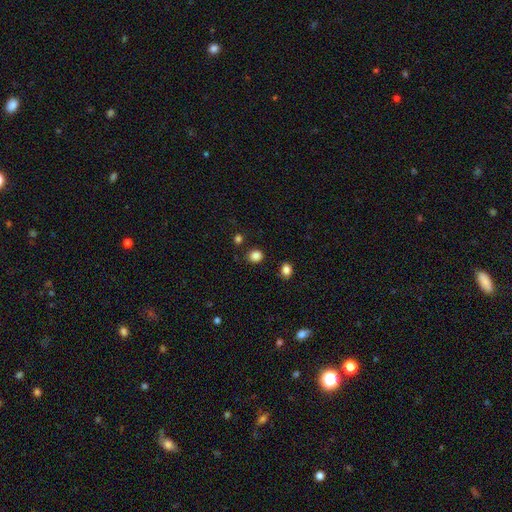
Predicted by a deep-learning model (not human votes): A smooth galaxy with no disk features (85%) that is round (74%).

Vote fractions:
- Smooth or featured? smooth: 85% / star or artifact: 12% / featured or disk: 3%
- How rounded? round: 74% / in between: 25% / cigar-shaped: 1%
- Merging? none: 86% / minor disturbance: 8% / merger: 4% / major disturbance: 3%